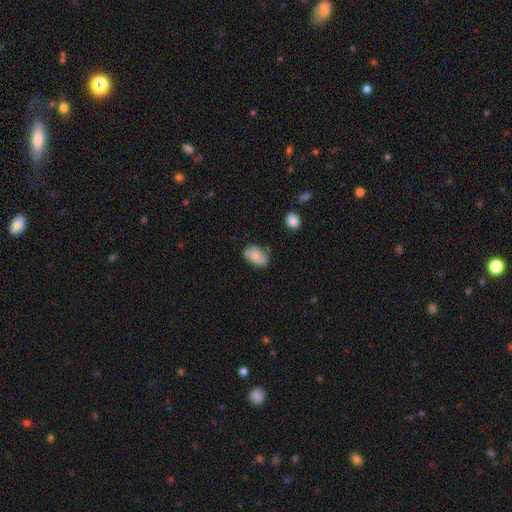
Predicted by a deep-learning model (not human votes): smooth-or-featured: smooth: 58% | featured or disk: 34% | star or artifact: 8%
  how-rounded: in between: 88% | round: 11% | cigar-shaped: 2%
  merging: none: 61% | minor disturbance: 27% | major disturbance: 7% | merger: 5%